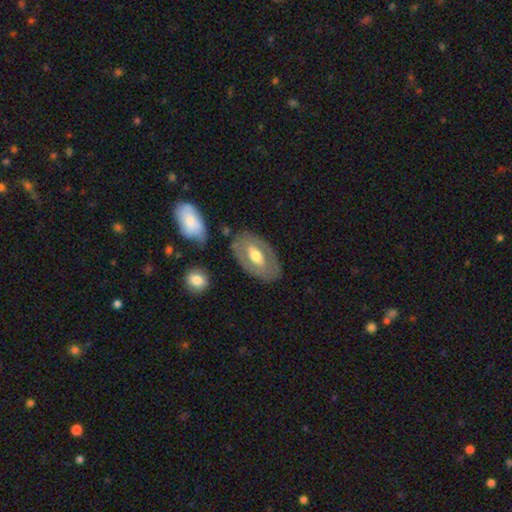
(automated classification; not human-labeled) Smooth or featured: featured or disk — 59% (smooth — 36%)
Edge-on disk: no — 89% (yes — 11%)
Bar: no — 50% (weak — 30%)
Spiral arms: no — 74% (yes — 26%)
Bulge size: moderate — 68% (large — 18%)
Merging: none — 78% (minor disturbance — 14%)